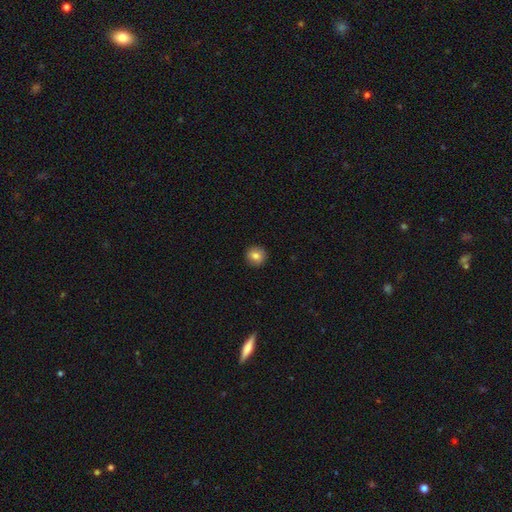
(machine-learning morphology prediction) Smooth or featured: smooth — 82% (star or artifact — 9%)
How rounded: round — 94% (in between — 5%)
Merging: none — 92% (minor disturbance — 5%)